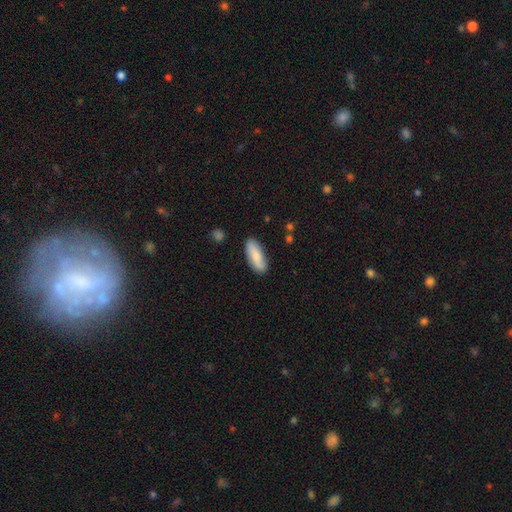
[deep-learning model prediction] This appears to be a smooth galaxy with no disk features (76%) that is in between round and cigar-shaped (66%). Merging: none (86%).